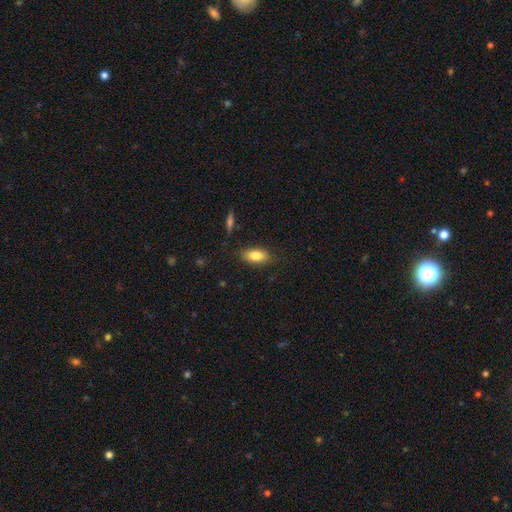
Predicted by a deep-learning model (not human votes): A smooth galaxy with no disk features (81%) that is in between round and cigar-shaped (86%).

Vote fractions:
- Smooth or featured? smooth: 81% / featured or disk: 12% / star or artifact: 7%
- How rounded? in between: 86% / cigar-shaped: 10% / round: 4%
- Merging? none: 82% / minor disturbance: 13% / major disturbance: 3% / merger: 2%